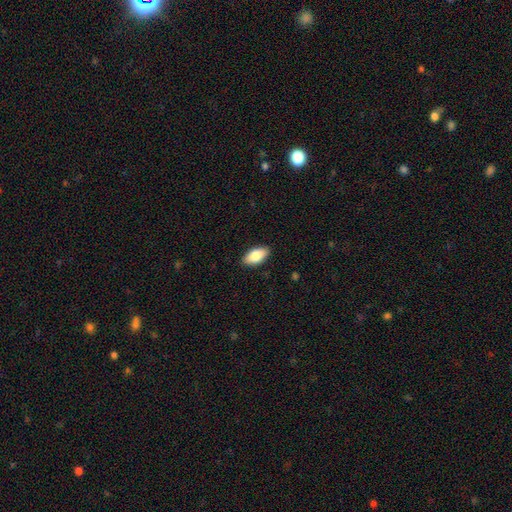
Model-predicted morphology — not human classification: This appears to be a smooth galaxy with no disk features (82%) that is in between round and cigar-shaped (92%). Merging: none (89%).